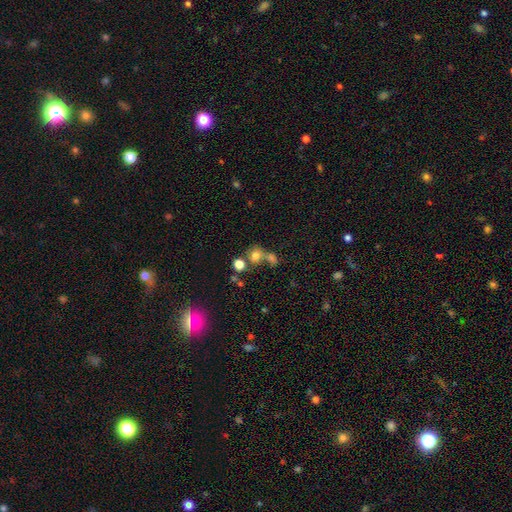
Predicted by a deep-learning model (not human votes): smooth_or_featured: smooth (p=0.72) [alt: star or artifact p=0.16]
how_rounded: round (p=0.75) [alt: in between p=0.24]
merging: none (p=0.43) [alt: merger p=0.41]